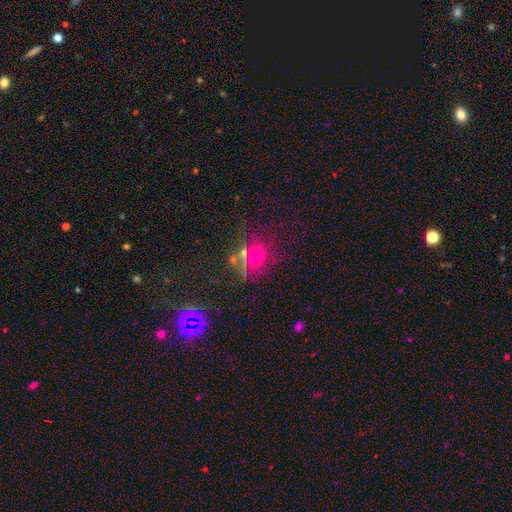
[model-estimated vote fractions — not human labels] Smooth or featured? smooth (58%)
How rounded? round (69%)
Merging? none (61%)